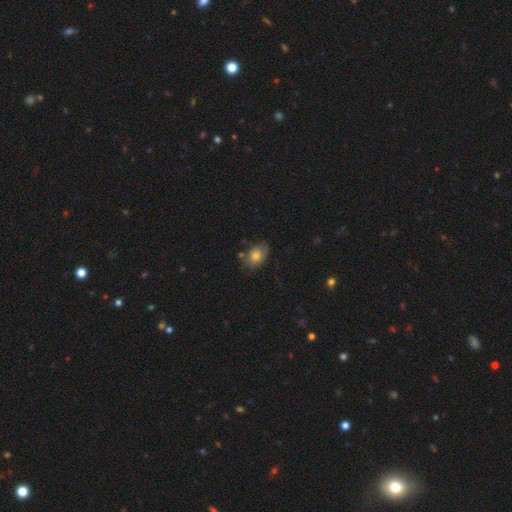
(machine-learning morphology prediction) A smooth galaxy with no disk features (76%) that is in between round and cigar-shaped (72%).

Vote fractions:
- Smooth or featured? smooth: 76% / featured or disk: 15% / star or artifact: 9%
- How rounded? in between: 72% / round: 27% / cigar-shaped: 1%
- Merging? none: 65% / minor disturbance: 24% / major disturbance: 6% / merger: 5%